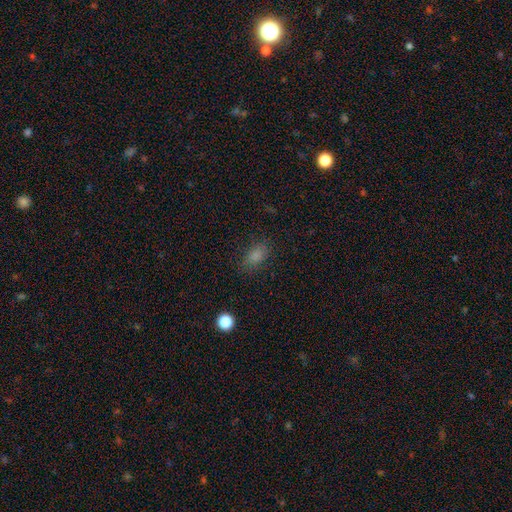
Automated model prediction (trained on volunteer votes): smooth-or-featured: smooth: 81% | star or artifact: 14% | featured or disk: 6%
  how-rounded: in between: 86% | round: 10% | cigar-shaped: 4%
  merging: none: 79% | minor disturbance: 15% | major disturbance: 5% | merger: 1%